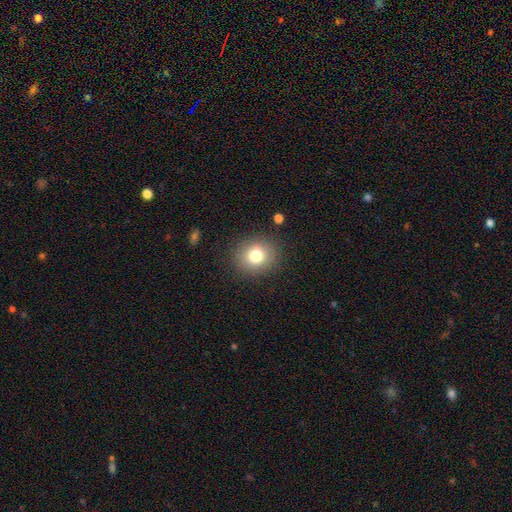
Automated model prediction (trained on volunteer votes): This is likely a smooth galaxy (77%). How rounded: likely round (79%). Merging: clearly none (87%).